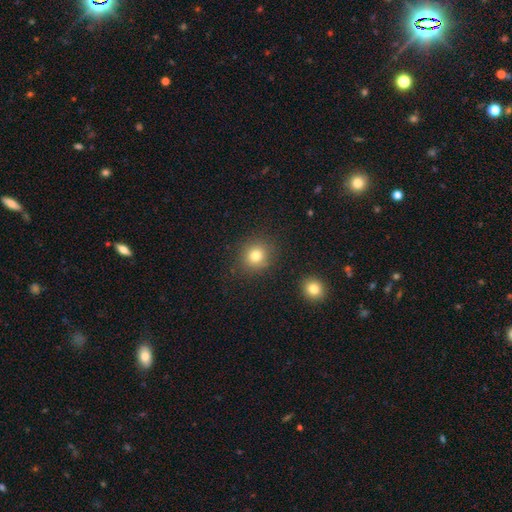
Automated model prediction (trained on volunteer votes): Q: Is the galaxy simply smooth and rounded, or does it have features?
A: smooth — 79%.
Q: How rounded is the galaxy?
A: round — 85%.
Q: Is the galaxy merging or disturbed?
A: none — 86%.